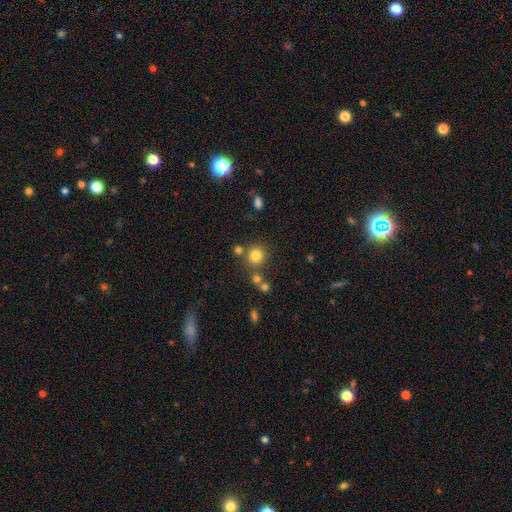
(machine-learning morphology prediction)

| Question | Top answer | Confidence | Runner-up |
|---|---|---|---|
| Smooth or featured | smooth | 79% | star or artifact (14%) |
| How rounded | round | 90% | in between (9%) |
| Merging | none | 74% | merger (14%) |